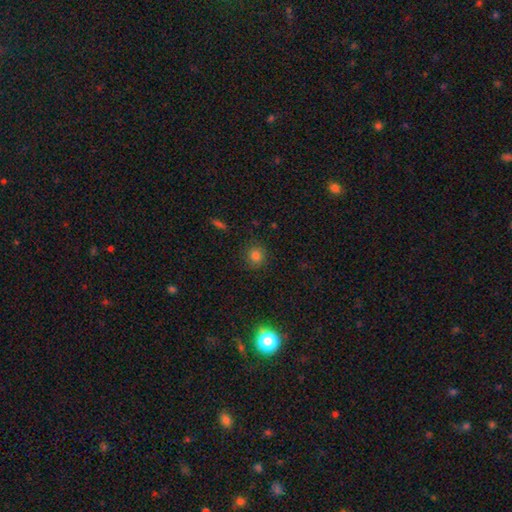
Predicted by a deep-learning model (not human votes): This is clearly a smooth galaxy (80%). How rounded: clearly round (90%). Merging: clearly none (88%).